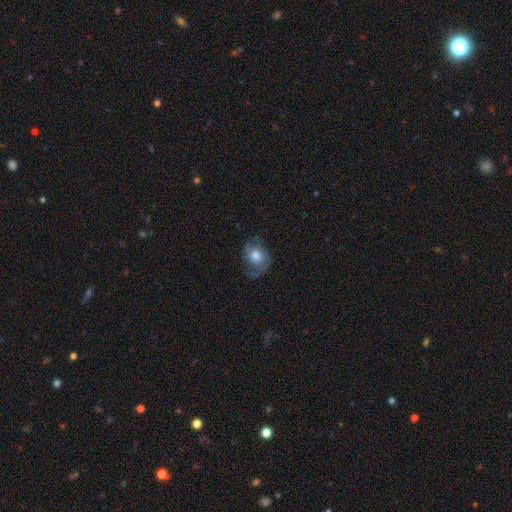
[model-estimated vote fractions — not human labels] Q: Smooth or featured?
A: smooth (48%); runner-up: featured or disk (44%)
Q: Merging?
A: none (55%); runner-up: minor disturbance (25%)